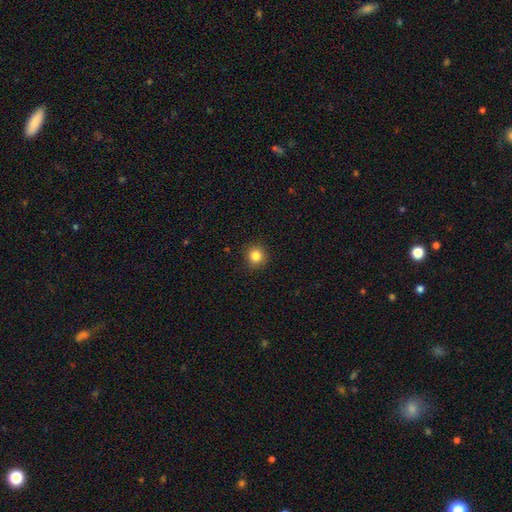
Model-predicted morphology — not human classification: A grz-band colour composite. It shows a smooth galaxy with no disk features (83%) that is round (93%). Merging: none (91%).